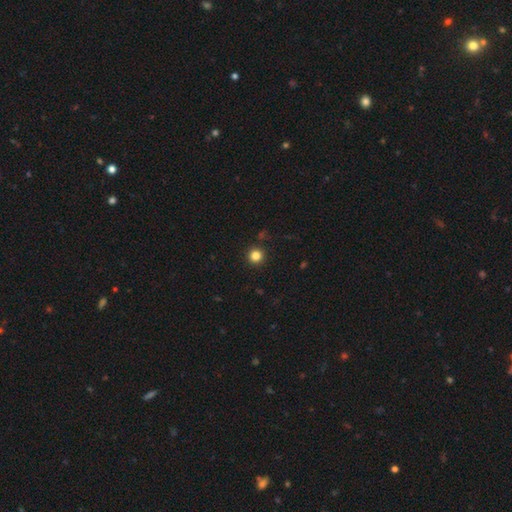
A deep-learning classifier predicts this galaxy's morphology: type=smooth (83%); roundness=round (95%); merging=none (92%).